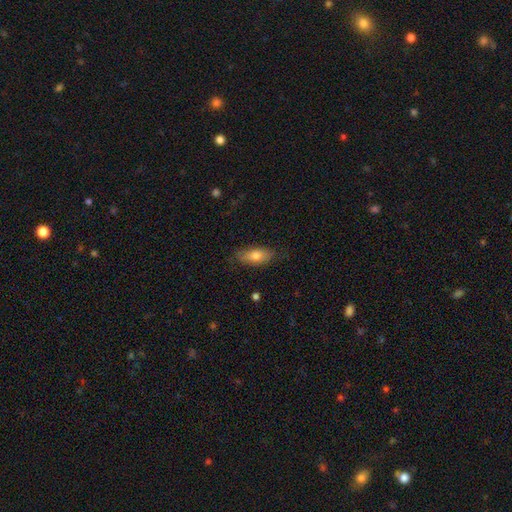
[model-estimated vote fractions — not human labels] smooth-or-featured: smooth: 76% | featured or disk: 17% | star or artifact: 7%
  how-rounded: in between: 82% | cigar-shaped: 15% | round: 3%
  merging: none: 79% | minor disturbance: 16% | major disturbance: 3% | merger: 1%